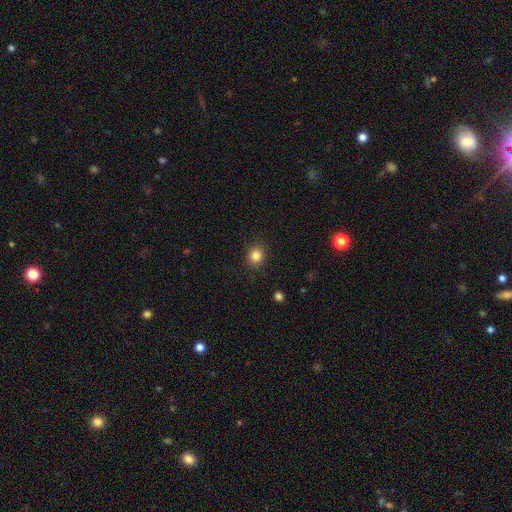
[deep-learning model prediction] Morphology: type=smooth (83%); roundness=round (82%); merging=none (88%).